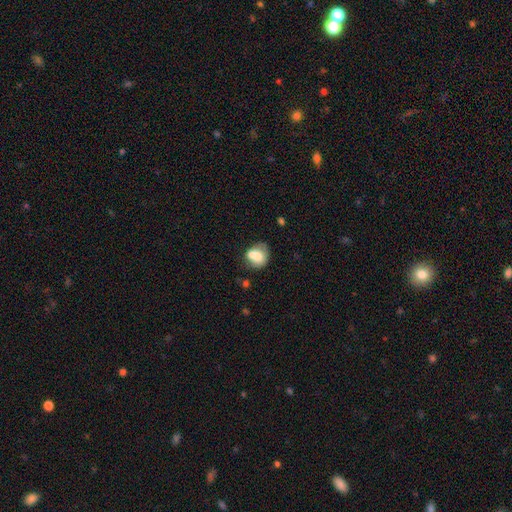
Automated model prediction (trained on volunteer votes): smooth 71%, featured or disk 20%, star or artifact 9%. Down the decision tree: how rounded — round (55%); merging — none (36%).